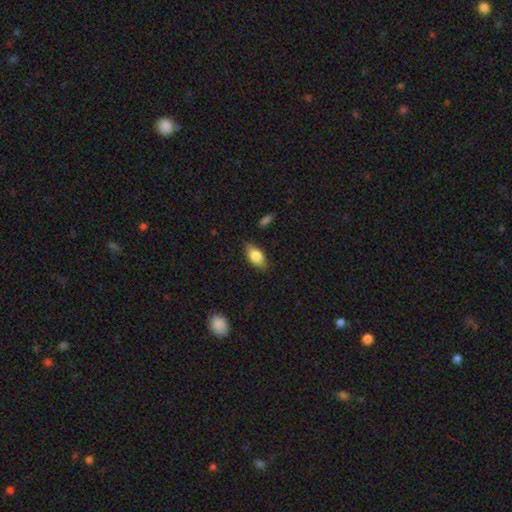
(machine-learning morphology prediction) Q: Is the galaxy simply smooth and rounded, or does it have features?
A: smooth — 80%.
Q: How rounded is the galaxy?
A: in between — 89%.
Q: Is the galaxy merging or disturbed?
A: none — 81%.